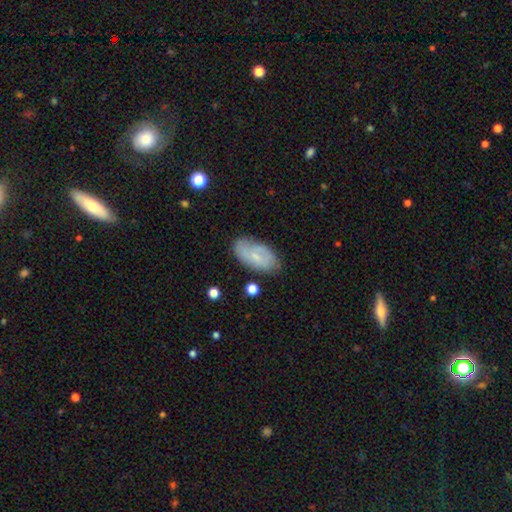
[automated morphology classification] Smooth or featured: smooth — 47% (featured or disk — 46%)
Merging: none — 74% (minor disturbance — 19%)